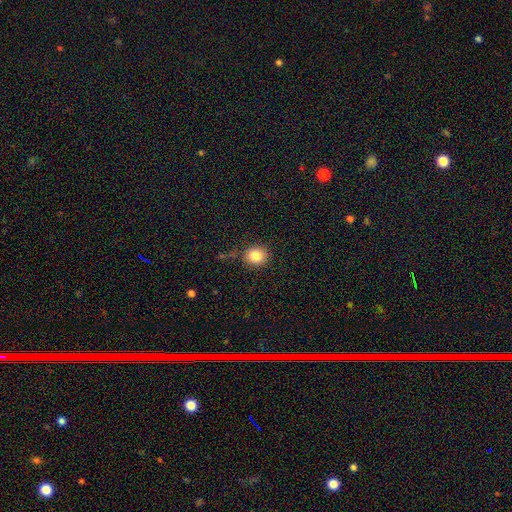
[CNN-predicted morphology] Overall: smooth (84%). How rounded: round (83%). Merging: none (84%).